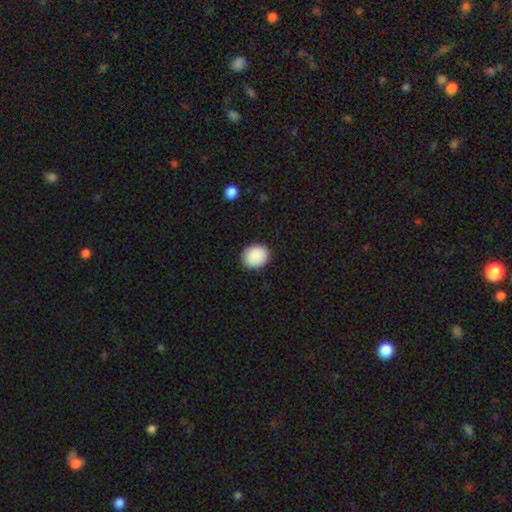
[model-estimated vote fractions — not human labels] smooth 90%, star or artifact 7%, featured or disk 3%. Down the decision tree: how rounded — round (73%); merging — none (90%).